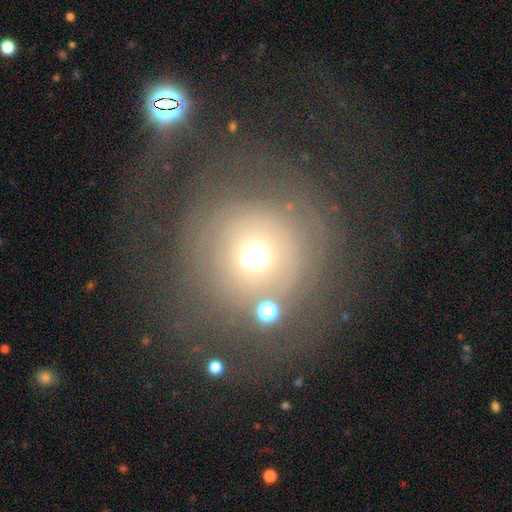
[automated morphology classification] Smooth or featured? Predicted: smooth (p=0.47). Merging? Predicted: none (p=0.55).